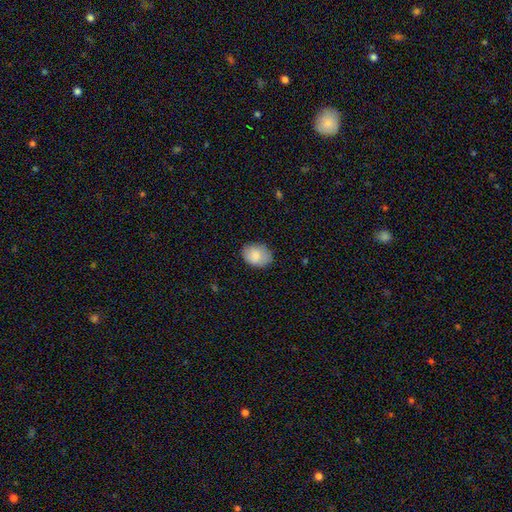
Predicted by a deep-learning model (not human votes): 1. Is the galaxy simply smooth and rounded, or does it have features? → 85% smooth, 8% featured or disk, 7% star or artifact.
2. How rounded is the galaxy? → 66% in between, 34% round, 1% cigar-shaped.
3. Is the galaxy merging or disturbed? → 77% none, 18% minor disturbance, 4% major disturbance, 1% merger.